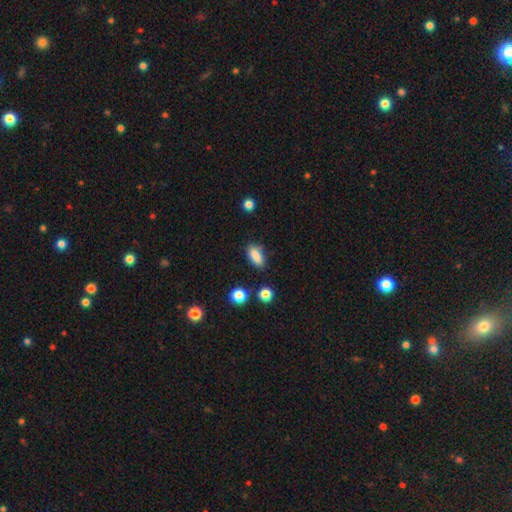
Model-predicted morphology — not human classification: A smooth galaxy with no disk features (85%) that is in between round and cigar-shaped (79%).

Vote fractions:
- Smooth or featured? smooth: 85% / star or artifact: 9% / featured or disk: 6%
- How rounded? in between: 79% / cigar-shaped: 16% / round: 4%
- Merging? none: 75% / minor disturbance: 17% / major disturbance: 4% / merger: 4%